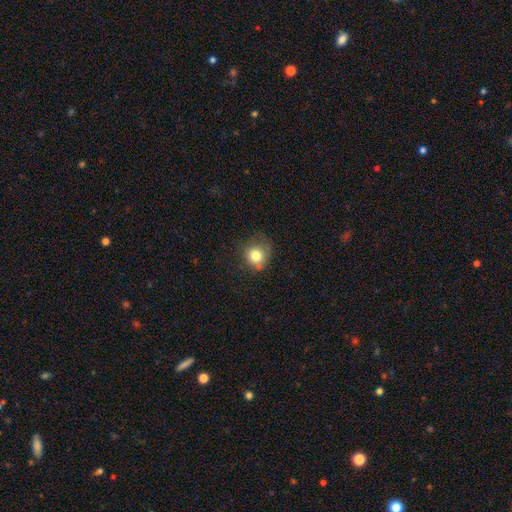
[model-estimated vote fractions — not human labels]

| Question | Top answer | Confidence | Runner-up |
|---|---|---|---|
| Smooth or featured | smooth | 80% | star or artifact (11%) |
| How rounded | round | 82% | in between (17%) |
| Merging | none | 60% | minor disturbance (27%) |